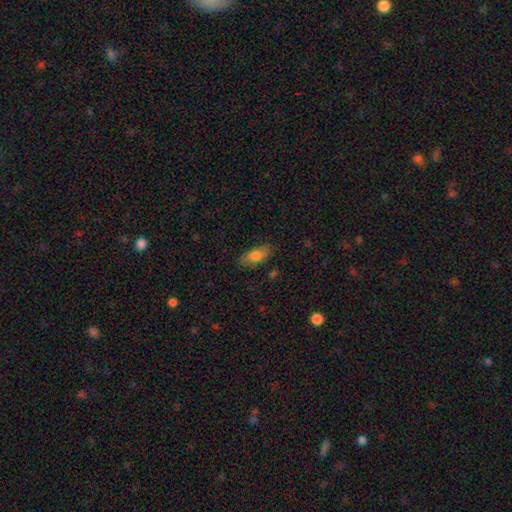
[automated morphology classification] Smooth or featured: smooth — 78% (featured or disk — 15%)
How rounded: in between — 83% (cigar-shaped — 14%)
Merging: none — 82% (minor disturbance — 14%)